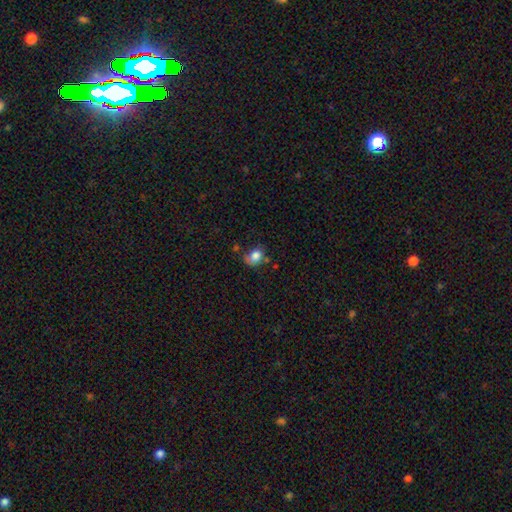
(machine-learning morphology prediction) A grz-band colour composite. It shows a smooth galaxy with no disk features (81%) that is in between round and cigar-shaped (62%). Merging: none (49%).